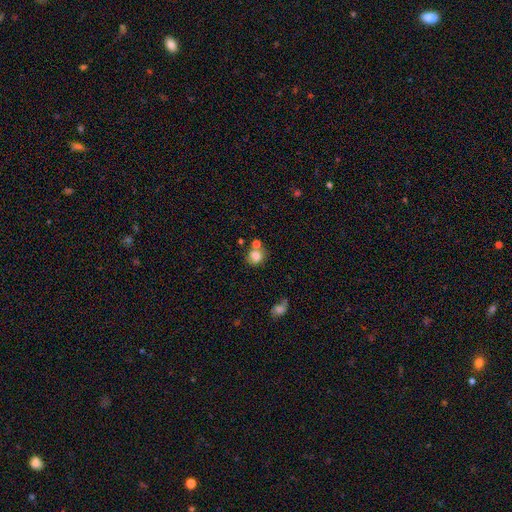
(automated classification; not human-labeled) smooth-or-featured: smooth: 82% | star or artifact: 11% | featured or disk: 8%
  how-rounded: round: 81% | in between: 18% | cigar-shaped: 1%
  merging: none: 59% | merger: 22% | minor disturbance: 13% | major disturbance: 5%